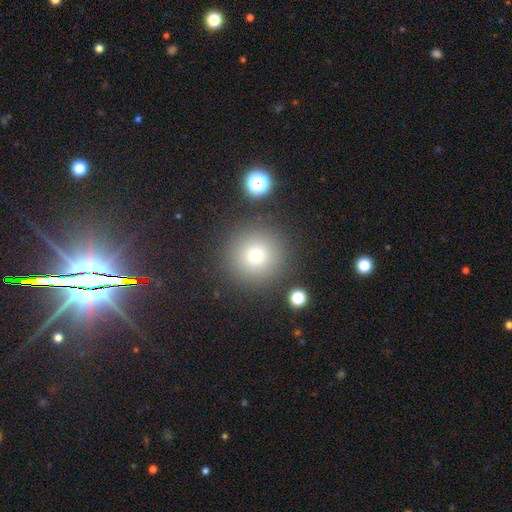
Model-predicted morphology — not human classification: Overall: smooth (75%). How rounded: round (96%). Merging: none (89%).